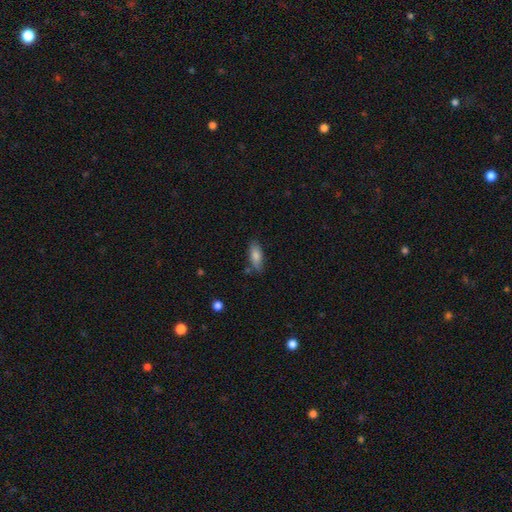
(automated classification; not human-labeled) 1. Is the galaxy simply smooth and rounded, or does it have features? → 80% smooth, 13% featured or disk, 7% star or artifact.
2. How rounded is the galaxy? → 77% in between, 21% cigar-shaped, 3% round.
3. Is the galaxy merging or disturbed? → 75% none, 17% minor disturbance, 4% merger, 3% major disturbance.